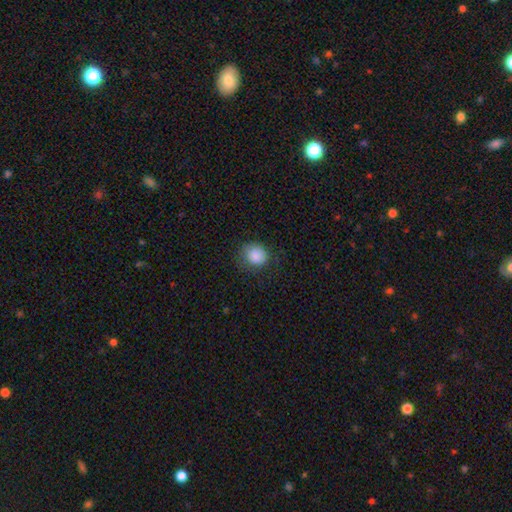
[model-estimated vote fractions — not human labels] Smooth or featured?
  - smooth: 86% *
  - star or artifact: 8%
  - featured or disk: 6%
How rounded?
  - round: 80% *
  - in between: 19%
  - cigar-shaped: 1%
Merging?
  - none: 74% *
  - minor disturbance: 18%
  - major disturbance: 7%
  - merger: 1%